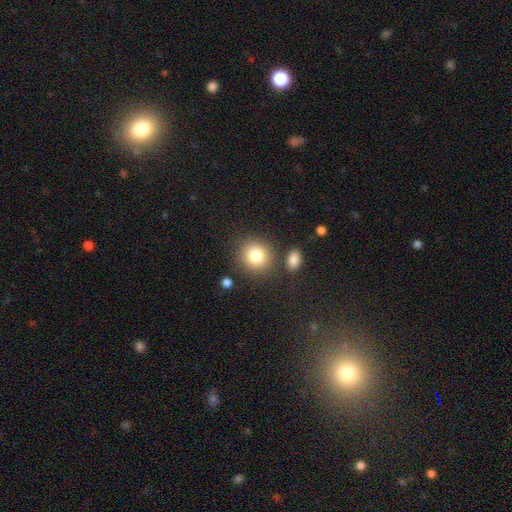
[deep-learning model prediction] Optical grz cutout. It shows a smooth galaxy with no disk features (81%) that is round (85%). Merging: none (80%).